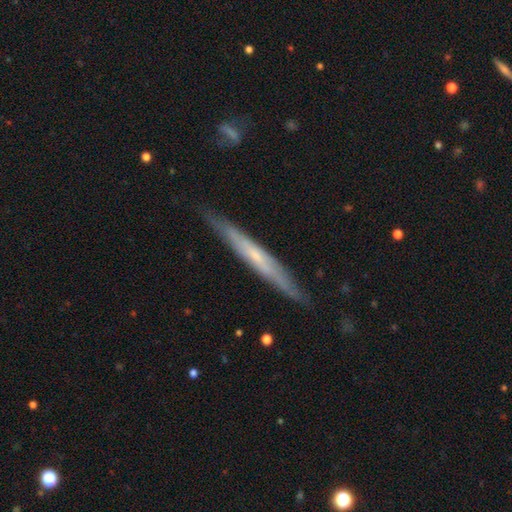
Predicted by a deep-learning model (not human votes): smooth_or_featured: featured or disk (p=0.61) [alt: smooth p=0.34]
disk_edge_on: yes (p=0.91) [alt: no p=0.09]
edge_on_bulge: none (p=0.63) [alt: rounded p=0.32]
merging: none (p=0.86) [alt: minor disturbance p=0.11]